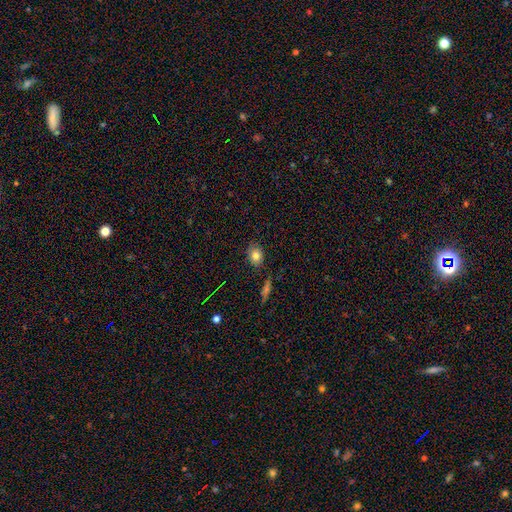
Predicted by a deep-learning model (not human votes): Smooth or featured? Predicted: smooth (p=0.79). How rounded? Predicted: in between (p=0.55). Merging? Predicted: none (p=0.84).